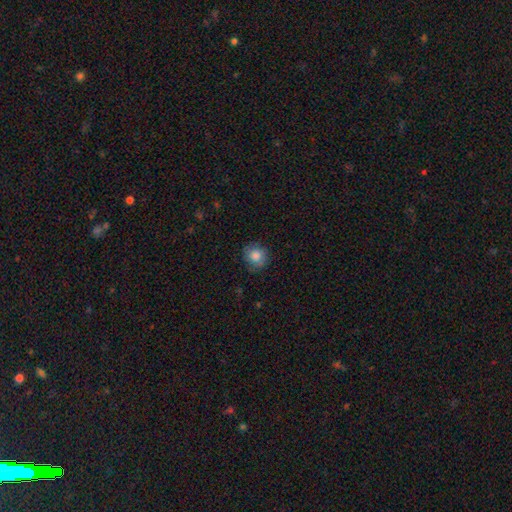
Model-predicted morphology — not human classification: smooth_or_featured: smooth (p=0.83) [alt: star or artifact p=0.09]
how_rounded: round (p=0.87) [alt: in between p=0.12]
merging: none (p=0.80) [alt: minor disturbance p=0.15]